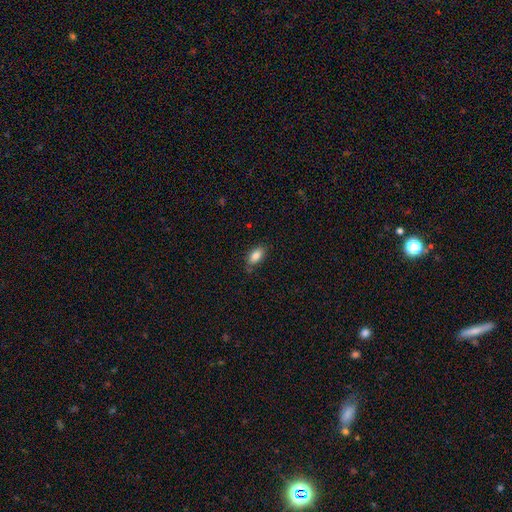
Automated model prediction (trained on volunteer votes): smooth_or_featured: smooth (p=0.84) [alt: featured or disk p=0.08]
how_rounded: in between (p=0.91) [alt: cigar-shaped p=0.05]
merging: none (p=0.78) [alt: minor disturbance p=0.17]